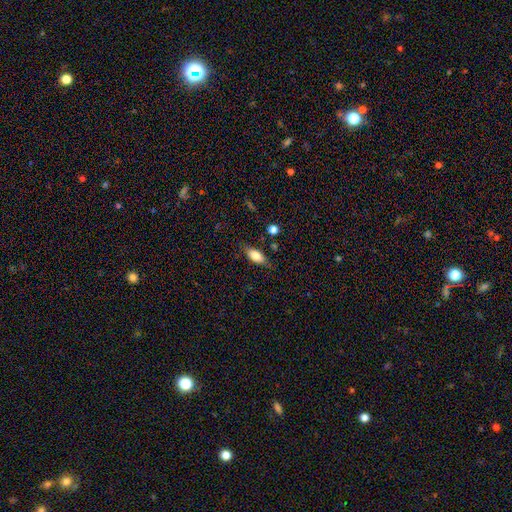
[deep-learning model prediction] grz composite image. It shows a smooth galaxy with no disk features (76%) that is in between round and cigar-shaped (84%). Merging: none (77%).